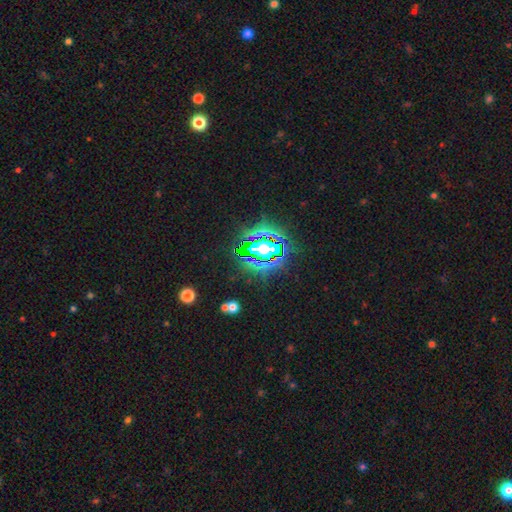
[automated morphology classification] A star or artifact, not a galaxy (68%).

Vote fractions:
- Smooth or featured? star or artifact: 68% / smooth: 18% / featured or disk: 13%